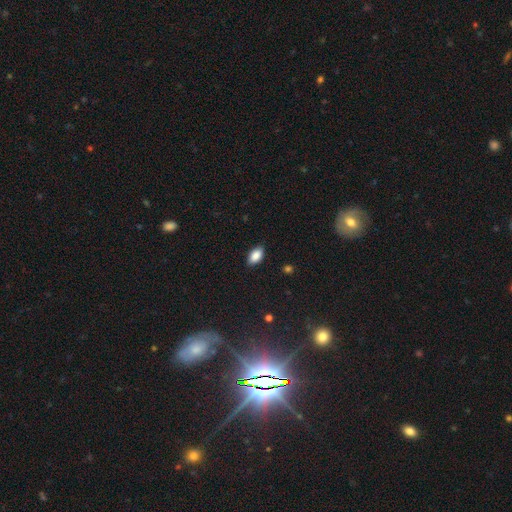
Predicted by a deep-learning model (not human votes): Q: Smooth or featured?
A: smooth (88%); runner-up: star or artifact (7%)
Q: How rounded?
A: in between (93%); runner-up: round (4%)
Q: Merging?
A: none (88%); runner-up: minor disturbance (9%)